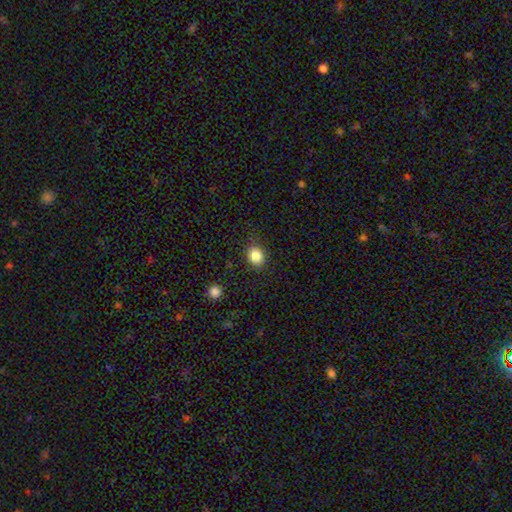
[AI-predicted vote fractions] This appears to be a smooth galaxy with no disk features (85%) that is round (65%). Merging: none (86%).